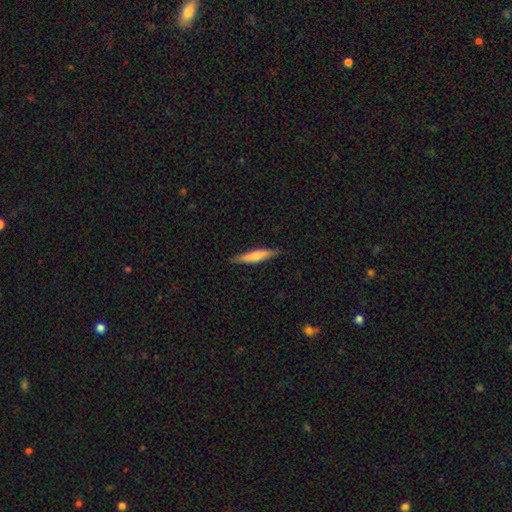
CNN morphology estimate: A smooth galaxy with no disk features (65%) that is cigar-shaped (90%).

Vote fractions:
- Smooth or featured? smooth: 65% / featured or disk: 30% / star or artifact: 5%
- How rounded? cigar-shaped: 90% / in between: 9% / round: 1%
- Merging? none: 87% / minor disturbance: 10% / major disturbance: 2% / merger: 1%